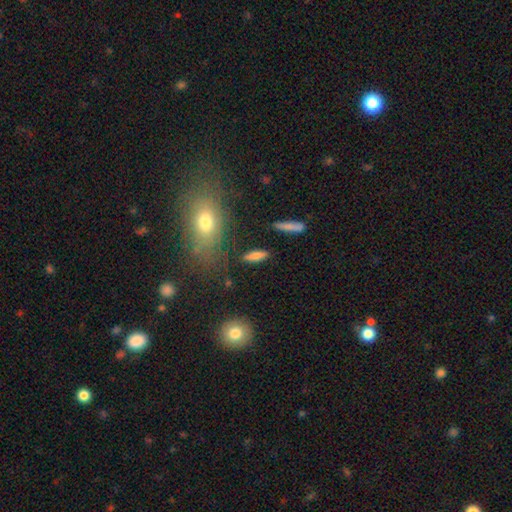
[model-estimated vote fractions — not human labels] A smooth galaxy with no disk features (77%) that is cigar-shaped (57%). Merging: none (83%).